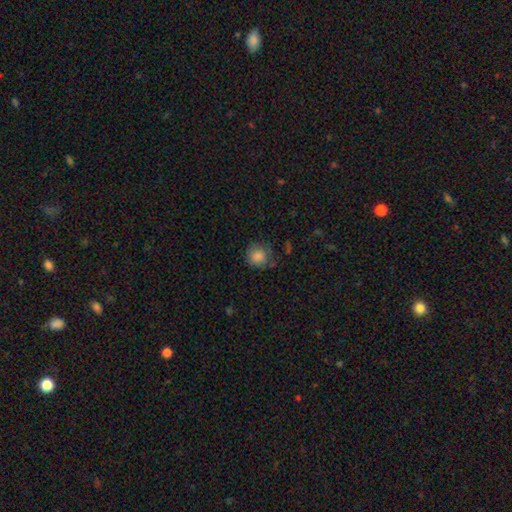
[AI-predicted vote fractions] A smooth galaxy with no disk features (78%) that is round (91%).

Vote fractions:
- Smooth or featured? smooth: 78% / star or artifact: 14% / featured or disk: 8%
- How rounded? round: 91% / in between: 8% / cigar-shaped: 1%
- Merging? none: 76% / minor disturbance: 16% / major disturbance: 5% / merger: 2%